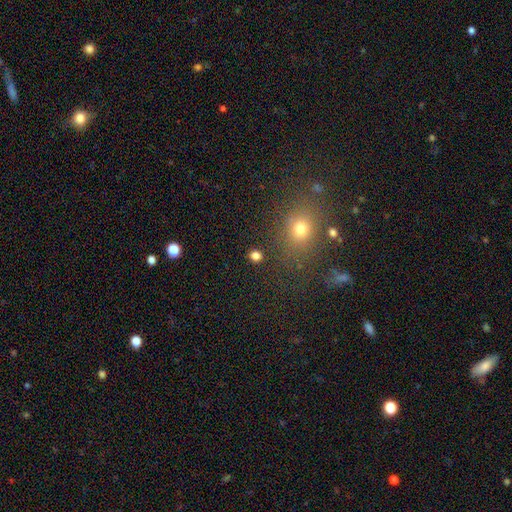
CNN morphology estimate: Smooth or featured?
  - smooth: 79% *
  - star or artifact: 16%
  - featured or disk: 5%
How rounded?
  - round: 74% *
  - in between: 25%
  - cigar-shaped: 1%
Merging?
  - none: 86% *
  - minor disturbance: 7%
  - merger: 4%
  - major disturbance: 3%